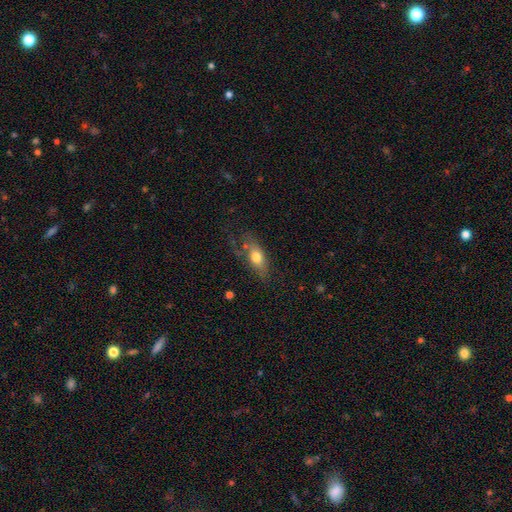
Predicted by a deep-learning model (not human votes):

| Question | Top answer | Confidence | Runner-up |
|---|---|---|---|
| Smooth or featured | smooth | 67% | featured or disk (24%) |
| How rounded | in between | 75% | cigar-shaped (17%) |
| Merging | none | 59% | minor disturbance (25%) |